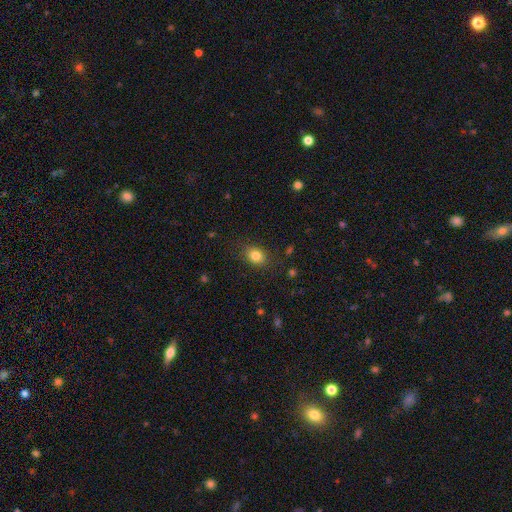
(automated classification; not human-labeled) Overall: smooth (82%). How rounded: in between (56%; round 43%). Merging: none (83%).